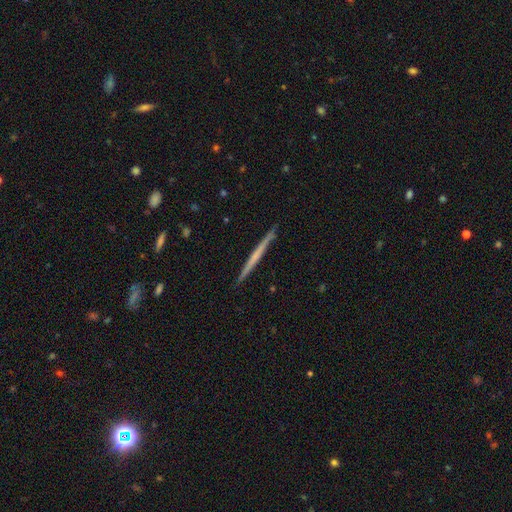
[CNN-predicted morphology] Overall: featured or disk (56%; smooth 38%). Edge-on disk: yes (98%). Edge-on bulge: none (81%). Merging: none (92%).